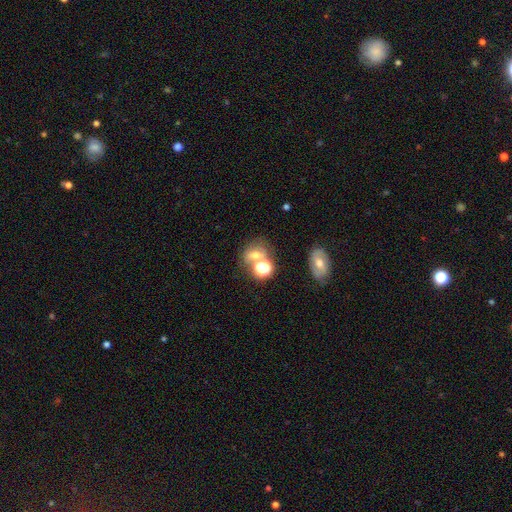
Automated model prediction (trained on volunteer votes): Q: Smooth or featured?
A: smooth (56%); runner-up: star or artifact (25%)
Q: How rounded?
A: round (52%); runner-up: in between (46%)
Q: Merging?
A: none (49%); runner-up: merger (30%)